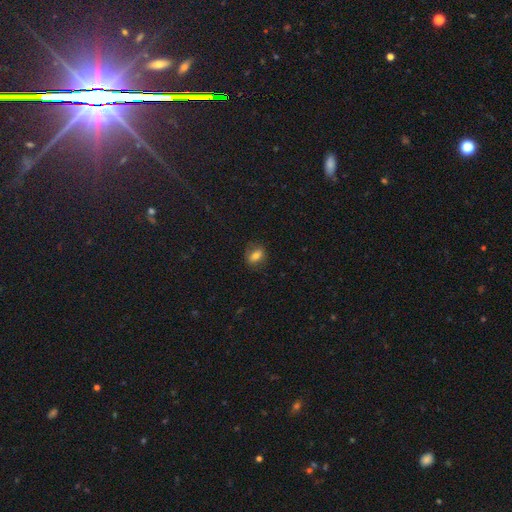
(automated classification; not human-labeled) This appears to be a smooth galaxy with no disk features (69%) that is in between round and cigar-shaped (63%). Merging: none (78%).